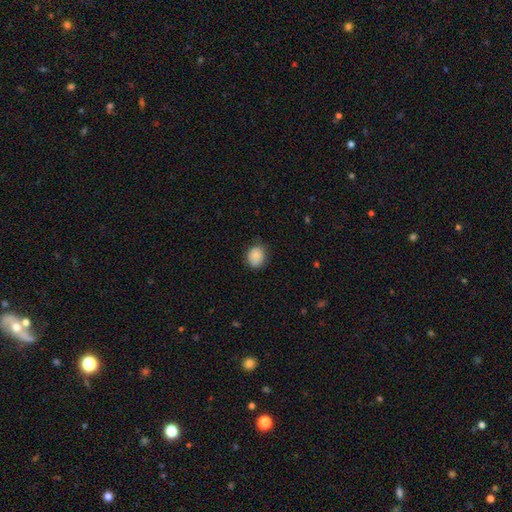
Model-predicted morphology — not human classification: Q: Smooth or featured?
A: smooth (84%); runner-up: star or artifact (8%)
Q: How rounded?
A: round (68%); runner-up: in between (31%)
Q: Merging?
A: none (72%); runner-up: minor disturbance (22%)